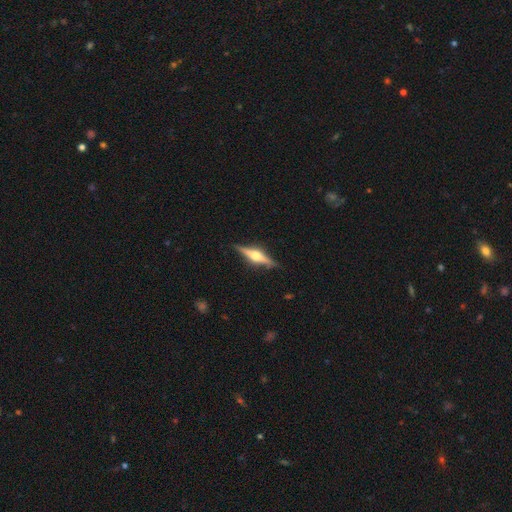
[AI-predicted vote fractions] smooth-or-featured: featured or disk: 79% | smooth: 16% | star or artifact: 6%
  disk-edge-on: yes: 98% | no: 2%
    edge-on-bulge: rounded: 94% | boxy: 4% | none: 2%
  merging: none: 89% | minor disturbance: 8% | major disturbance: 2% | merger: 1%